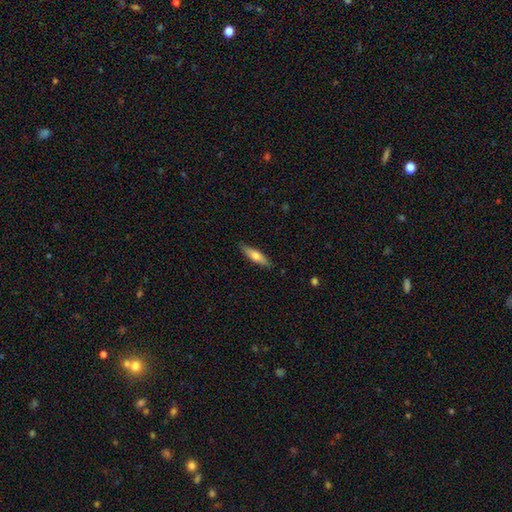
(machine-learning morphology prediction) smooth_or_featured: smooth (p=0.63) [alt: featured or disk p=0.31]
how_rounded: cigar-shaped (p=0.66) [alt: in between p=0.32]
merging: none (p=0.86) [alt: minor disturbance p=0.11]